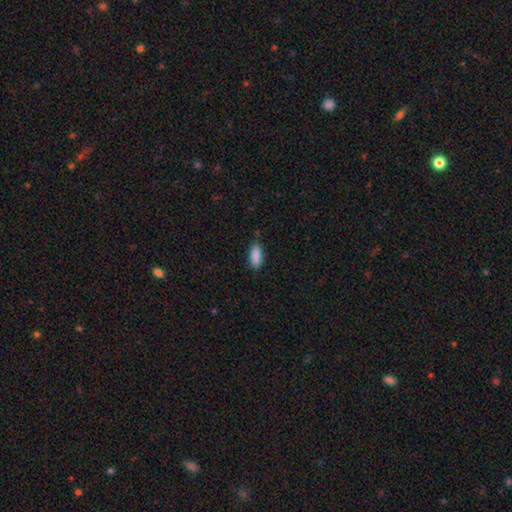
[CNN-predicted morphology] Smooth or featured?
  - smooth: 89% *
  - star or artifact: 7%
  - featured or disk: 4%
How rounded?
  - in between: 81% *
  - cigar-shaped: 17%
  - round: 2%
Merging?
  - none: 77% *
  - minor disturbance: 19%
  - major disturbance: 3%
  - merger: 2%